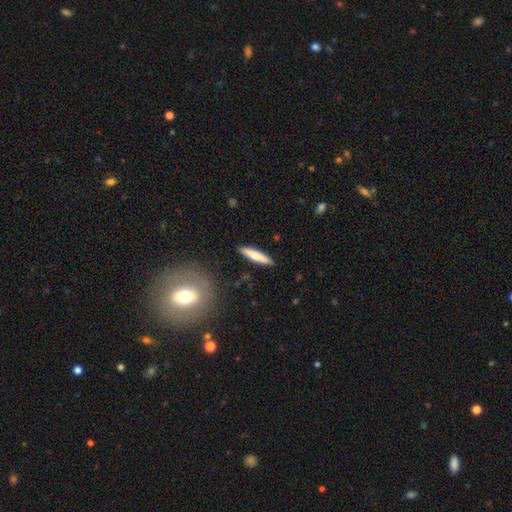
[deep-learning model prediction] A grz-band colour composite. It shows a smooth galaxy with no disk features (72%) that is cigar-shaped (86%). Merging: none (90%).